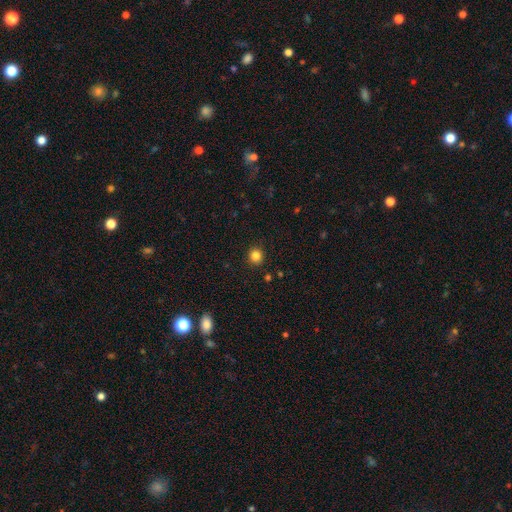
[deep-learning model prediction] A smooth galaxy with no disk features (84%) that is round (90%). Merging: none (91%).